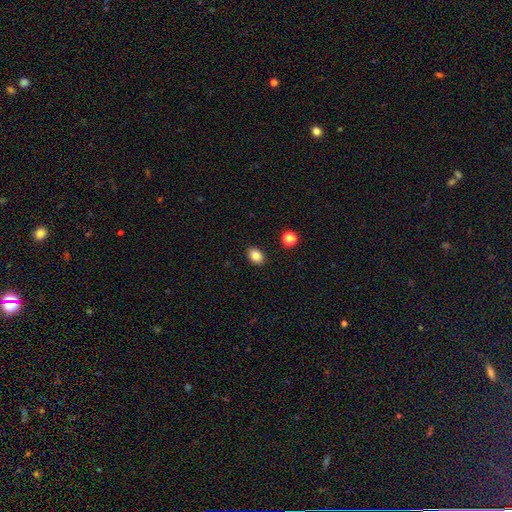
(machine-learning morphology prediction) A smooth galaxy with no disk features (85%) that is in between round and cigar-shaped (74%).

Vote fractions:
- Smooth or featured? smooth: 85% / star or artifact: 10% / featured or disk: 5%
- How rounded? in between: 74% / round: 25% / cigar-shaped: 1%
- Merging? none: 89% / minor disturbance: 7% / major disturbance: 2% / merger: 2%